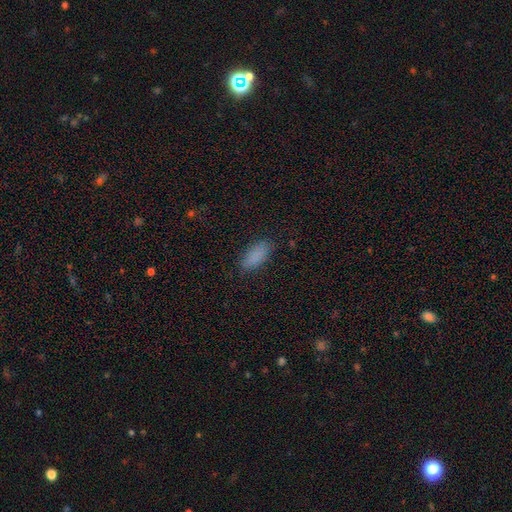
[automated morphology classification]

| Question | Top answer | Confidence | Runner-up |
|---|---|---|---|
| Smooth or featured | smooth | 86% | star or artifact (9%) |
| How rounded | in between | 85% | cigar-shaped (12%) |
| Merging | none | 83% | minor disturbance (13%) |